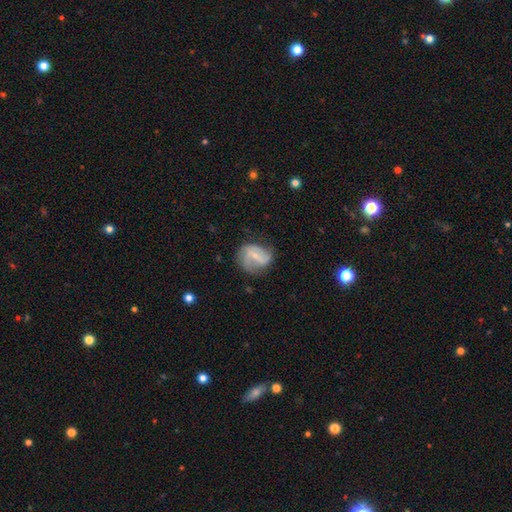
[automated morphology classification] The model was most divided on "spiral winding": medium: 43%, loose: 38%, tight: 20%. Remaining: edge-on disk — no (97%); spiral arms — yes (86%); smooth or featured — featured or disk (70%); spiral arm count — 2 (69%); bulge size — small (63%); merging — none (54%); bar — weak (45%).